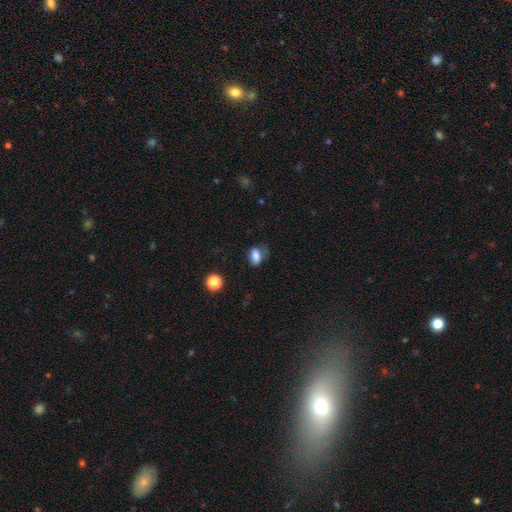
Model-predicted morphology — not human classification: Smooth or featured? Predicted: smooth (p=0.80). How rounded? Predicted: in between (p=0.78). Merging? Predicted: none (p=0.54).